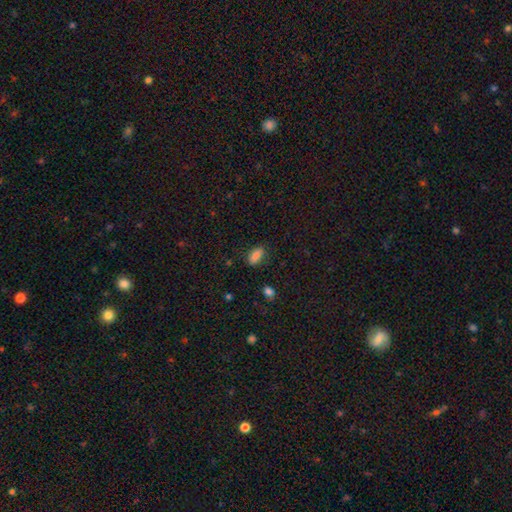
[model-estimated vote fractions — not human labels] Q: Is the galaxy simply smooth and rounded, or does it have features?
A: smooth — 84%.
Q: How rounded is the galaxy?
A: in between — 88%.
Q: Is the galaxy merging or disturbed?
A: none — 81%.